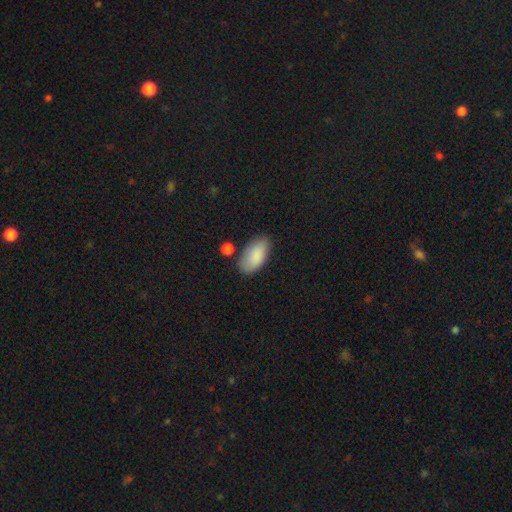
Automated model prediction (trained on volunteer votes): Smooth or featured?
  - smooth: 88% *
  - featured or disk: 6%
  - star or artifact: 6%
How rounded?
  - in between: 95% *
  - cigar-shaped: 3%
  - round: 2%
Merging?
  - none: 73% *
  - minor disturbance: 17%
  - merger: 6%
  - major disturbance: 4%